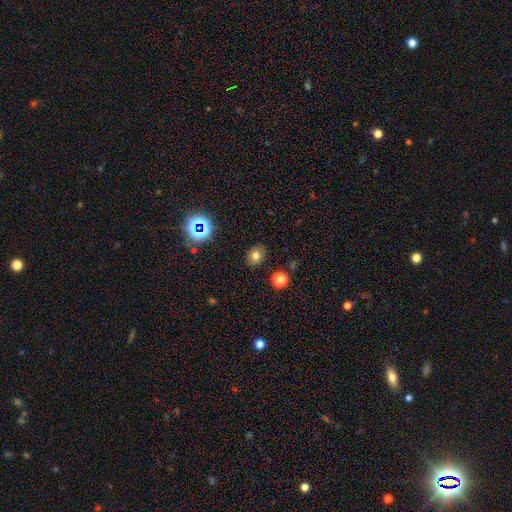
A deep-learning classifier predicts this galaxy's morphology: smooth-or-featured: smooth: 73% | star or artifact: 17% | featured or disk: 9%
  how-rounded: round: 63% | in between: 36% | cigar-shaped: 1%
  merging: none: 87% | minor disturbance: 8% | major disturbance: 3% | merger: 2%